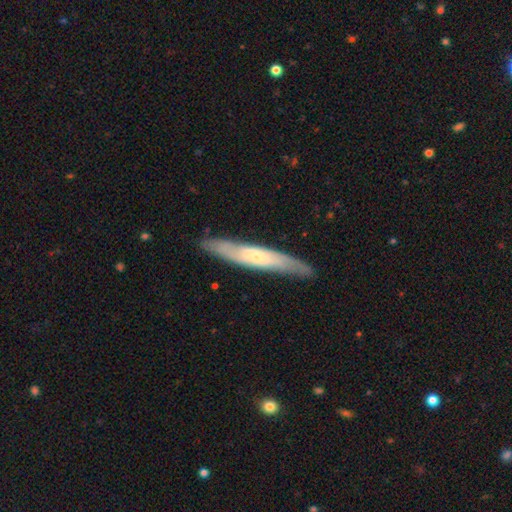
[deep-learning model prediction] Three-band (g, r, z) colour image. It shows a featured or disk galaxy (60%) viewed edge-on (64%). Merging: none (86%).